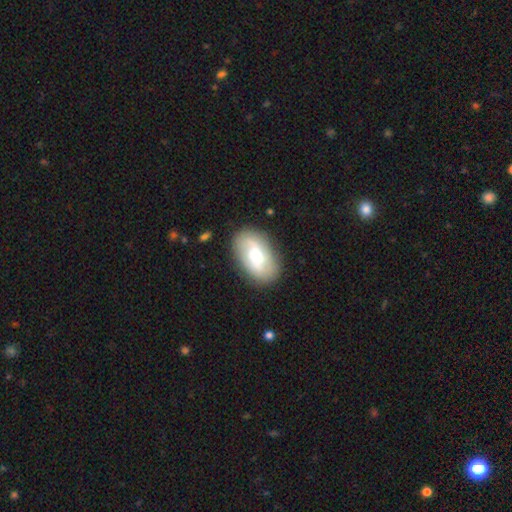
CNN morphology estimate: featured or disk 50%, smooth 44%, star or artifact 7%. Down the decision tree: merging — none (80%).